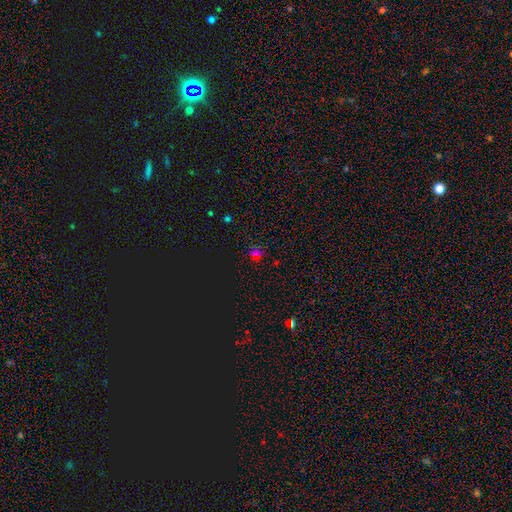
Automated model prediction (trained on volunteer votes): A star or artifact, not a galaxy (50%).

Vote fractions:
- Smooth or featured? star or artifact: 50% / smooth: 42% / featured or disk: 8%